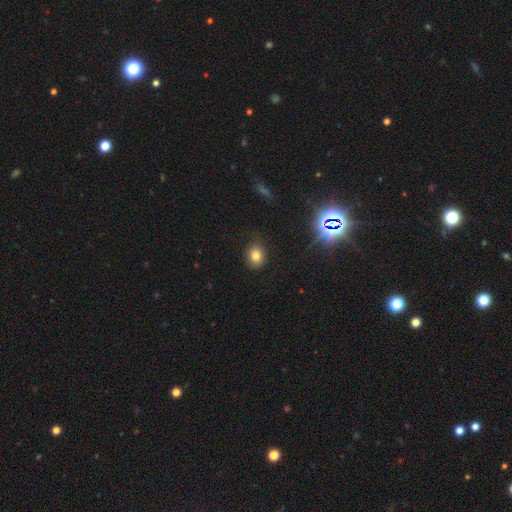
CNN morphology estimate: A smooth galaxy with no disk features (78%) that is round (65%). Merging: none (82%).